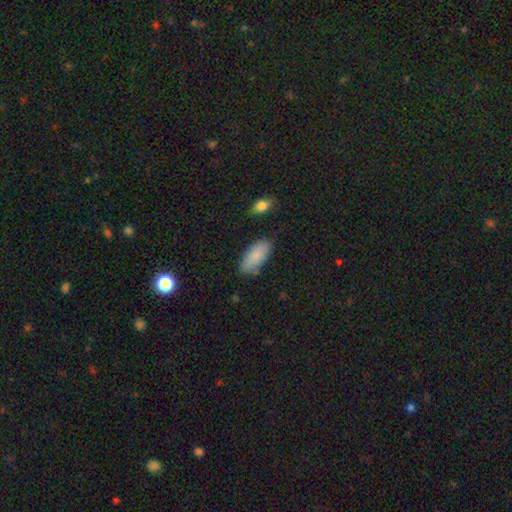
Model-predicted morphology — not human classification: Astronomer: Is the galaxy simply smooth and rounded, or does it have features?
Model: smooth — 84%.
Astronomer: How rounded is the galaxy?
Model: in between — 89%.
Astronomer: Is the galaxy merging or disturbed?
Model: none — 76%.